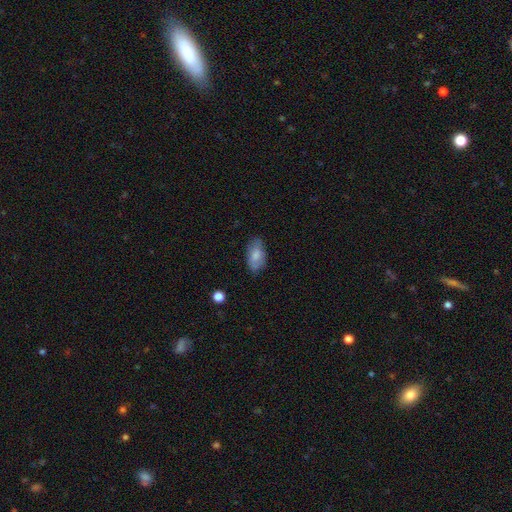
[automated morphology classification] Smooth or featured?
  - smooth: 75% *
  - featured or disk: 18%
  - star or artifact: 7%
How rounded?
  - in between: 93% *
  - cigar-shaped: 4%
  - round: 4%
Merging?
  - none: 76% *
  - minor disturbance: 19%
  - major disturbance: 4%
  - merger: 1%